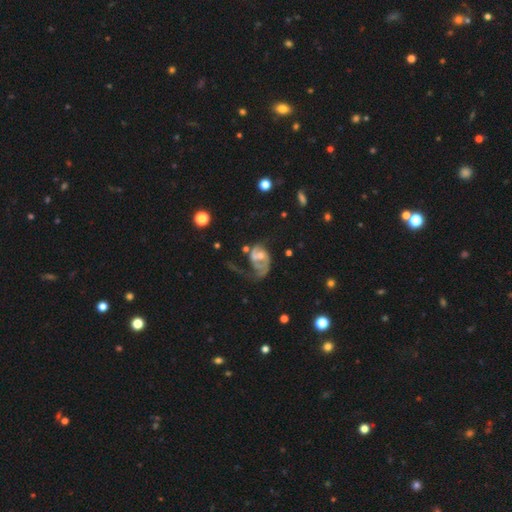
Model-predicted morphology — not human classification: Smooth or featured? featured or disk (77%)
Edge-on disk? no (97%)
Bar? no (63%)
Spiral arms? yes (83%)
Spiral winding? medium (40%)
Spiral arm count? 2 (47%)
Bulge size? moderate (55%)
Merging? major disturbance (46%)